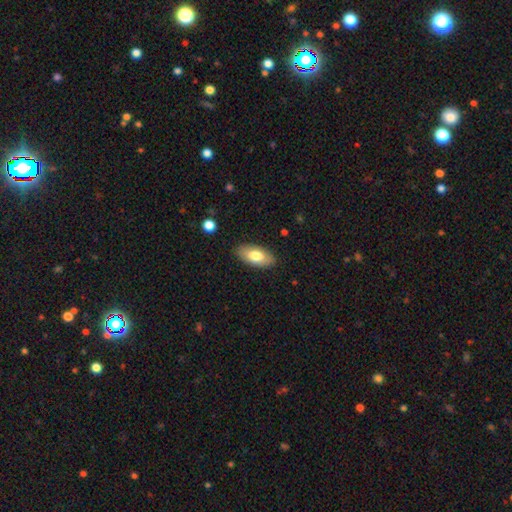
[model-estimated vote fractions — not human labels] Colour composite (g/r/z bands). It shows a smooth galaxy with no disk features (76%) that is in between round and cigar-shaped (91%). Merging: none (87%).